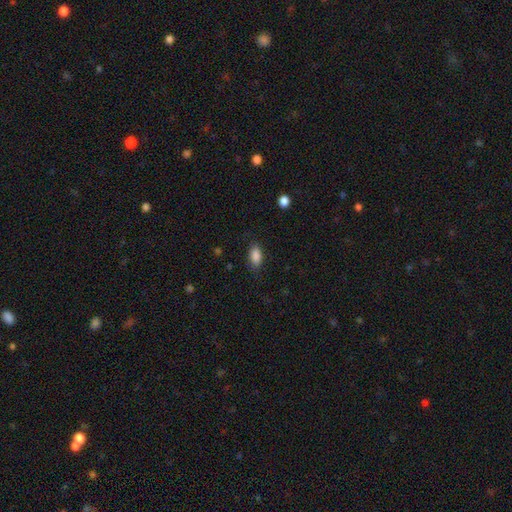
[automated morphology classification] The model was most divided on "merging": none: 80%, minor disturbance: 15%, major disturbance: 4%, merger: 1%. More confident: how rounded — in between (90%); smooth or featured — smooth (88%).